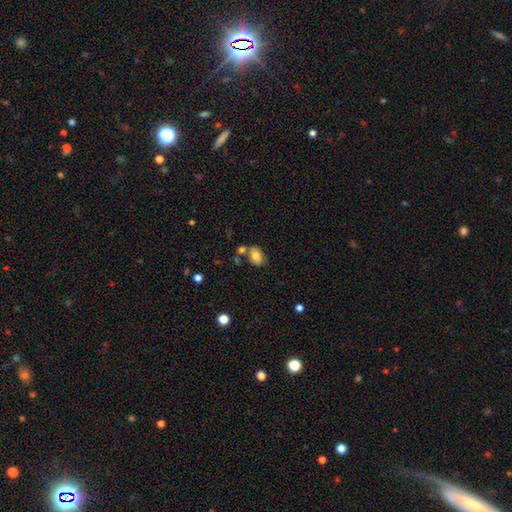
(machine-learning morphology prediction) Q: Smooth or featured?
A: smooth (76%); runner-up: featured or disk (15%)
Q: How rounded?
A: in between (76%); runner-up: round (22%)
Q: Merging?
A: none (56%); runner-up: merger (21%)